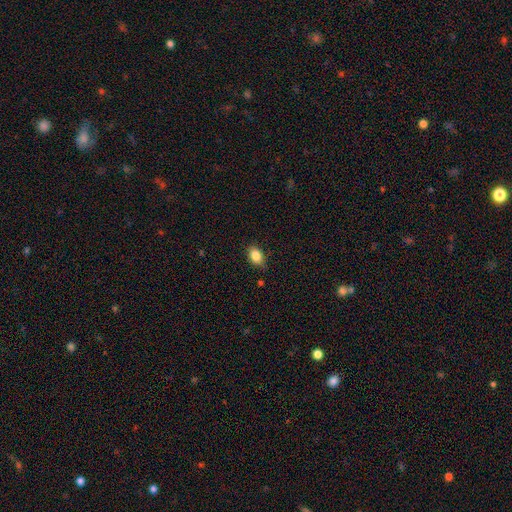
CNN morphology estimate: Smooth or featured: smooth — 85% (star or artifact — 9%)
How rounded: in between — 79% (round — 19%)
Merging: none — 76% (minor disturbance — 20%)